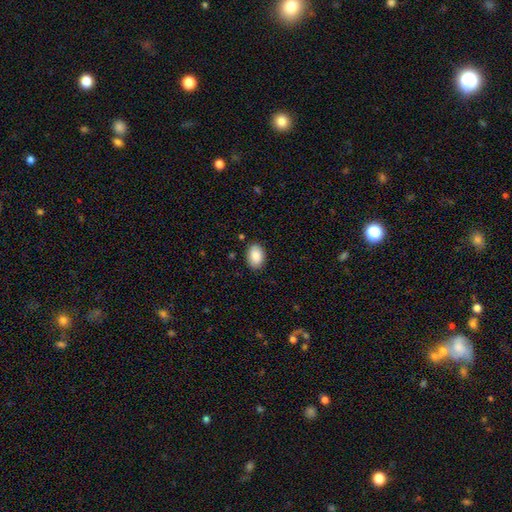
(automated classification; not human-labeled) This is clearly a smooth galaxy (87%). How rounded: clearly in between (84%). Merging: clearly none (87%).